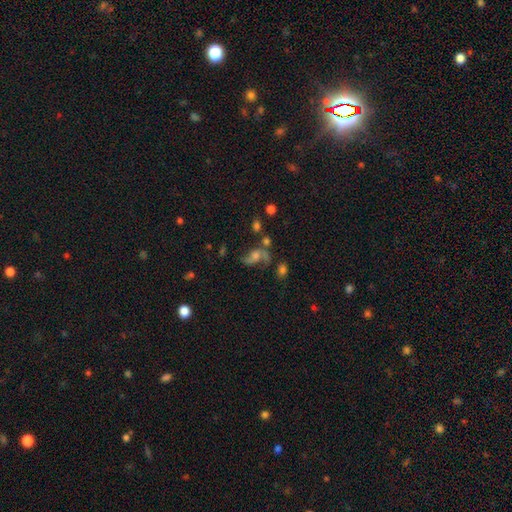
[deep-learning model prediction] This is possibly a featured or disk galaxy (59%). It is clearly not viewed edge-on (95%). Bar: likely no (66%). Spiral arm pattern: clearly yes (81%). Central bulge: marginally moderate (43%). Merging: marginally none (41%).